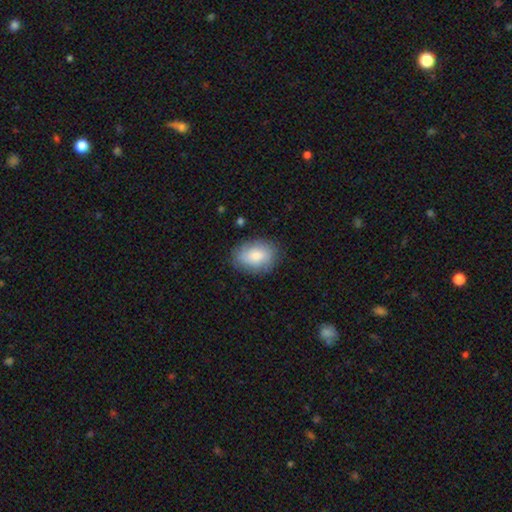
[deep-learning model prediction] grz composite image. It shows a smooth galaxy with no disk features (79%) that is in between round and cigar-shaped (77%). Merging: none (79%).